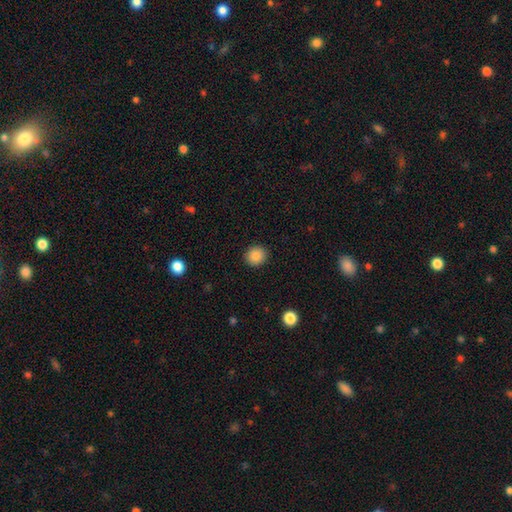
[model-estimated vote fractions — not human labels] A smooth galaxy with no disk features (87%) that is round (85%). Merging: none (91%).